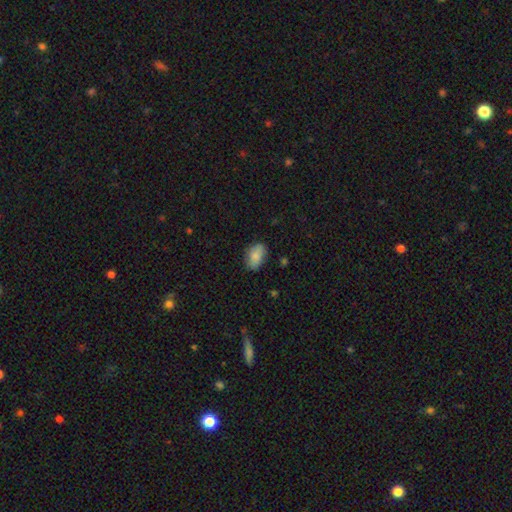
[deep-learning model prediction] Morphology: type=smooth (84%); roundness=in between (89%); merging=none (76%).